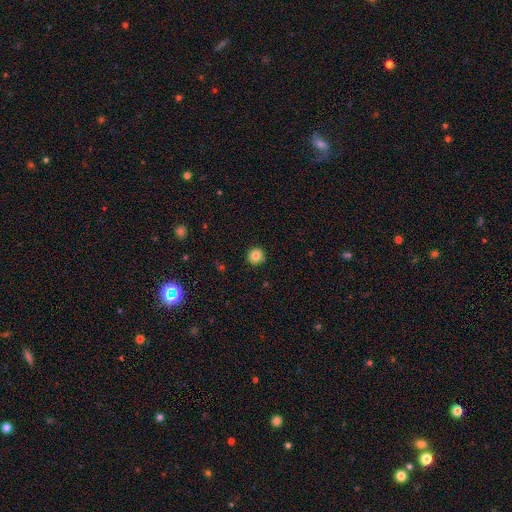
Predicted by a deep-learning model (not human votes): Smooth or featured? smooth (83%)
How rounded? round (94%)
Merging? none (92%)